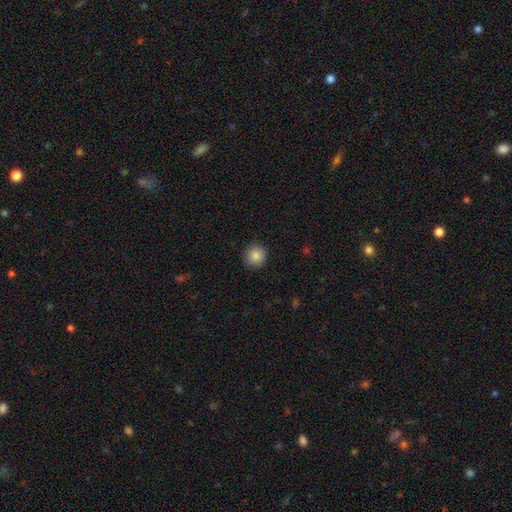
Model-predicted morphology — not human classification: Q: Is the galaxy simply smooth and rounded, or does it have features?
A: smooth — 87%.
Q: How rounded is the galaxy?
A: round — 92%.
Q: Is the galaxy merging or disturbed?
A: none — 90%.